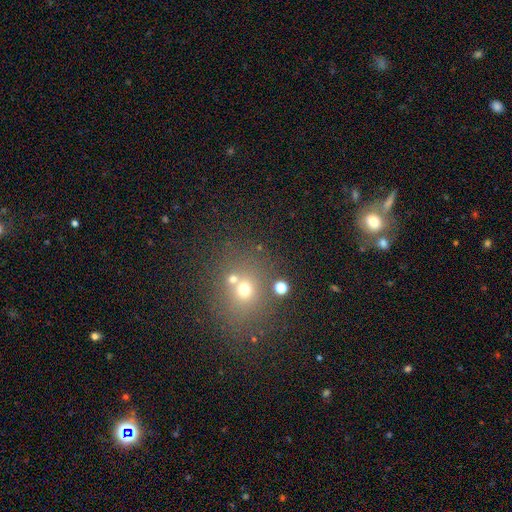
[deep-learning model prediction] Smooth or featured? Predicted: smooth (p=0.48). Merging? Predicted: none (p=0.66).